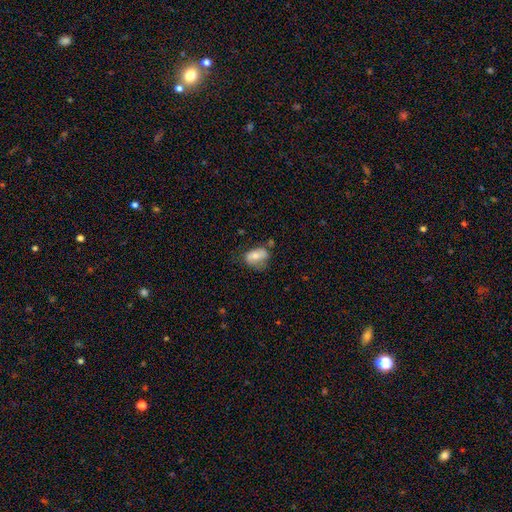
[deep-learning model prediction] Smooth or featured? Predicted: smooth (p=0.66). How rounded? Predicted: in between (p=0.85). Merging? Predicted: none (p=0.52).